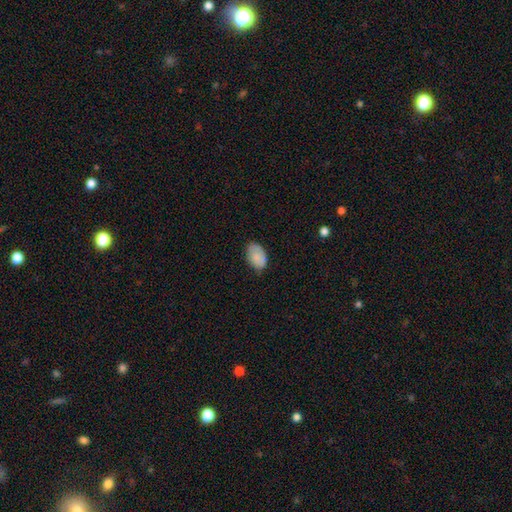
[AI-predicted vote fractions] A smooth galaxy with no disk features (85%) that is in between round and cigar-shaped (91%).

Vote fractions:
- Smooth or featured? smooth: 85% / featured or disk: 8% / star or artifact: 7%
- How rounded? in between: 91% / round: 8% / cigar-shaped: 1%
- Merging? none: 76% / minor disturbance: 20% / major disturbance: 4% / merger: 1%